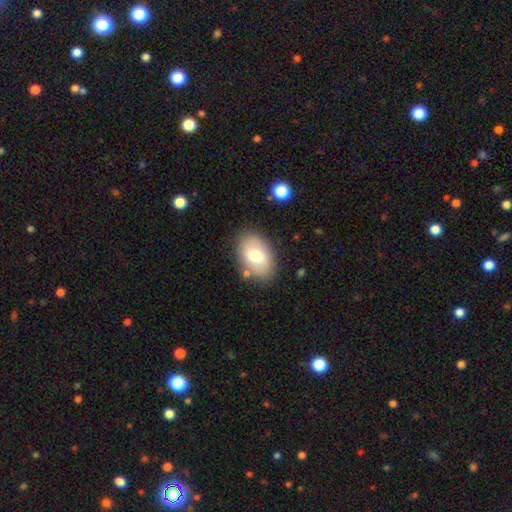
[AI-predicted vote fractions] Morphology: type=smooth (67%); roundness=in between (86%); merging=none (80%).